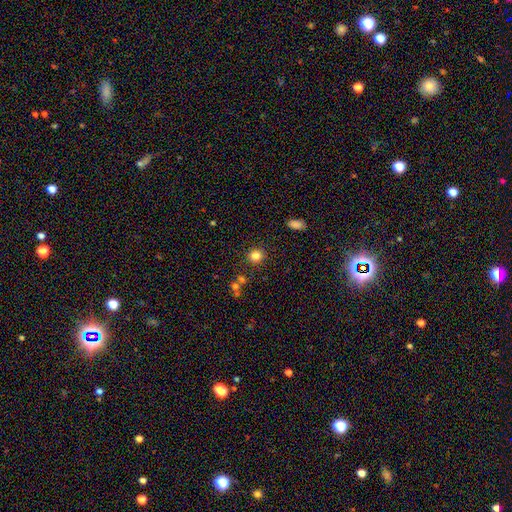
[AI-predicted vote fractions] Smooth or featured? smooth (82%)
How rounded? round (84%)
Merging? none (87%)